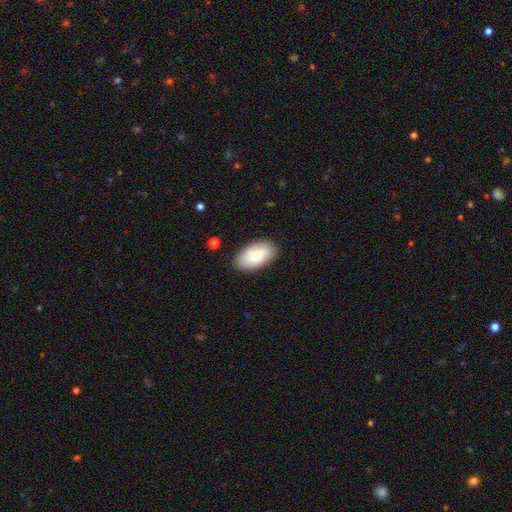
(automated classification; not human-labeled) This appears to be a smooth galaxy with no disk features (70%) that is in between round and cigar-shaped (95%). Merging: none (84%).